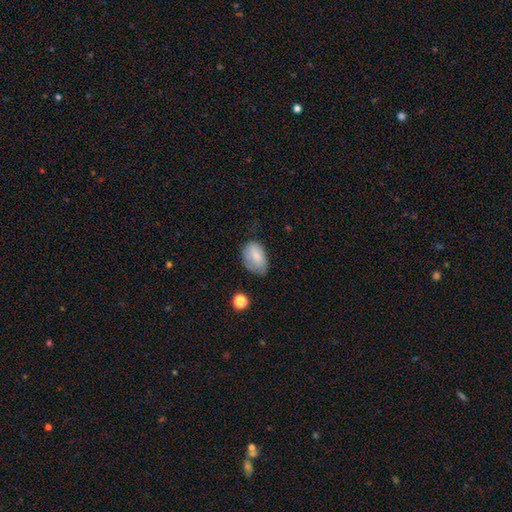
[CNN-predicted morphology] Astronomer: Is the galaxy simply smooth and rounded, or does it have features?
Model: smooth — 77%.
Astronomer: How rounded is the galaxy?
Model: in between — 89%.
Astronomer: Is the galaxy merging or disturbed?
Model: none — 49% (runner-up: minor disturbance, 36%).